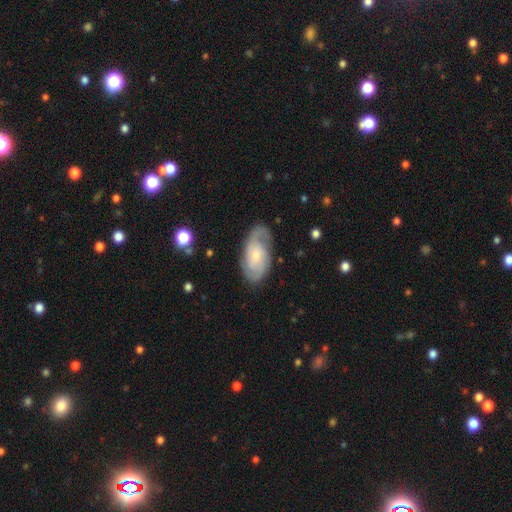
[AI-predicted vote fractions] Overall: featured or disk (74%). Edge-on disk: no (95%). Bar: no (67%; weak 28%). Spiral arms: yes (93%). Spiral arm count: 2 (61%). Spiral winding: medium (42%; tight 40%). Bulge size: small (63%; moderate 29%). Merging: none (70%).